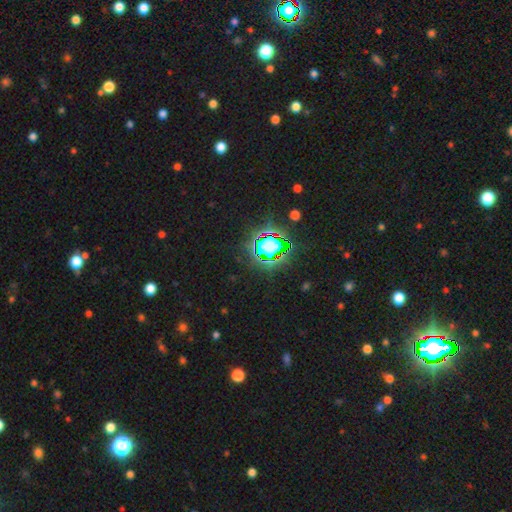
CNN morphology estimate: Smooth or featured? Predicted: star or artifact (p=0.82).